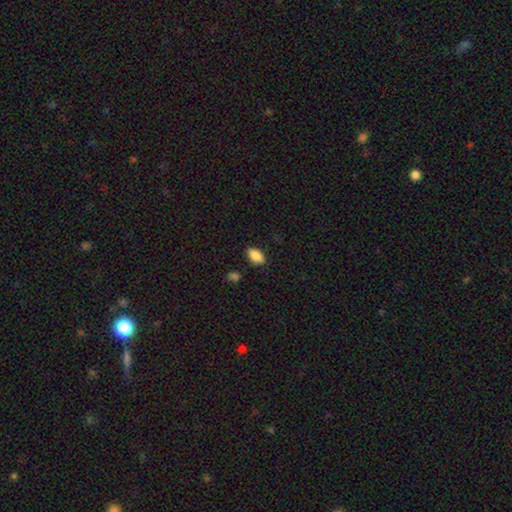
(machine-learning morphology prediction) This is clearly a smooth galaxy (88%). How rounded: clearly in between (92%). Merging: clearly none (86%).